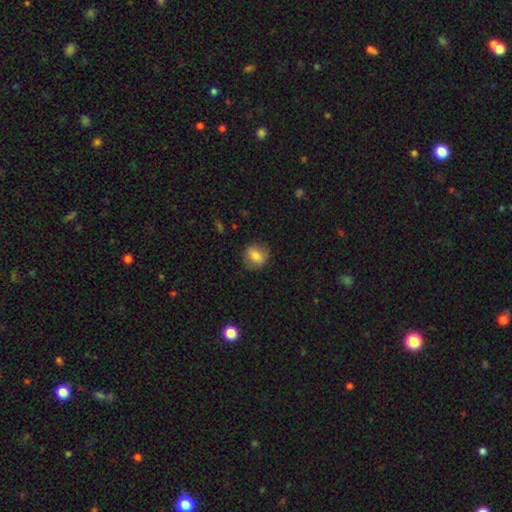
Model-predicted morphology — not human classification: A smooth galaxy with no disk features (75%) that is round (68%). Merging: none (79%).